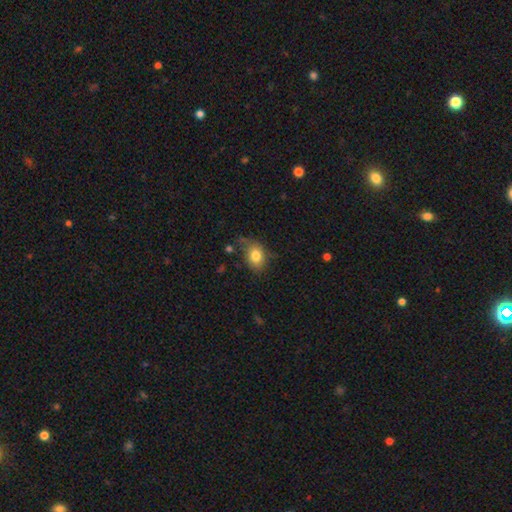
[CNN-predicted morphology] This appears to be a smooth galaxy with no disk features (80%) that is in between round and cigar-shaped (70%). Merging: none (60%).